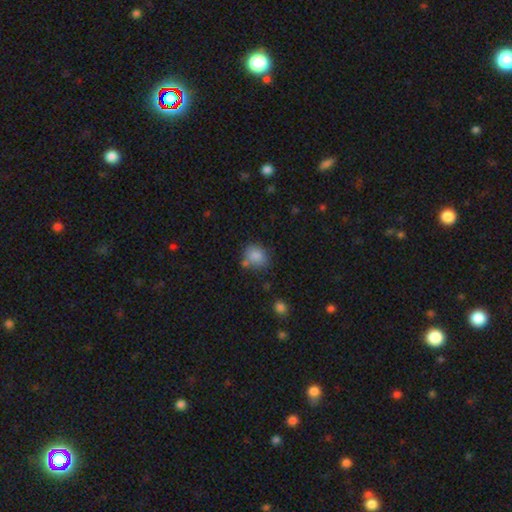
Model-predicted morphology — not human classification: smooth-or-featured: smooth: 84% | star or artifact: 9% | featured or disk: 6%
  how-rounded: round: 64% | in between: 35% | cigar-shaped: 1%
  merging: none: 68% | minor disturbance: 16% | merger: 11% | major disturbance: 5%